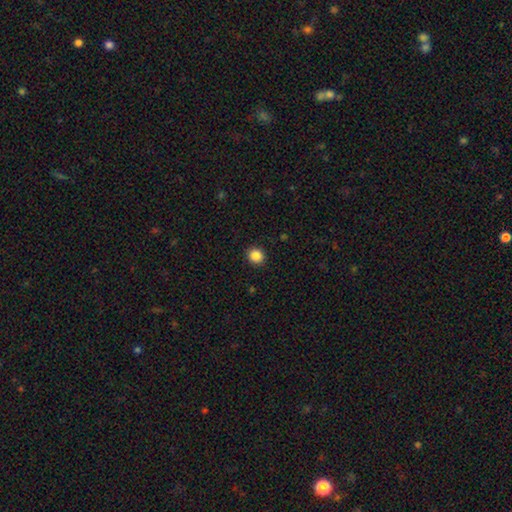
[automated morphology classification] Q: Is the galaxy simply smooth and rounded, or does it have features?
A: smooth — 87%.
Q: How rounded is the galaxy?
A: round — 85%.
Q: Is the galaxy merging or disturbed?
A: none — 91%.